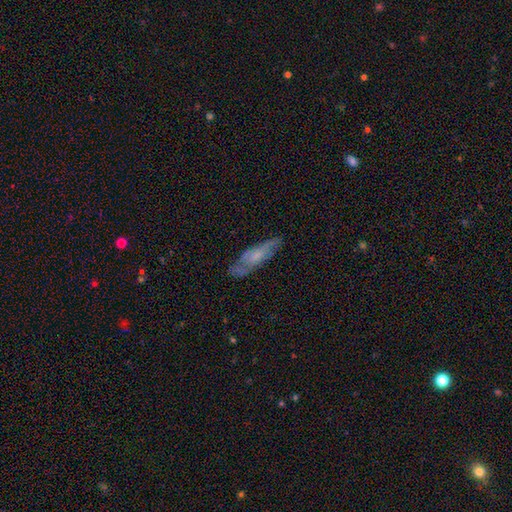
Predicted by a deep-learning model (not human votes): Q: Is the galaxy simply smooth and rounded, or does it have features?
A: featured or disk — 55%.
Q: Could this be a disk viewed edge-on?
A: no — 62%.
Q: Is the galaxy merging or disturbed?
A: none — 71%.